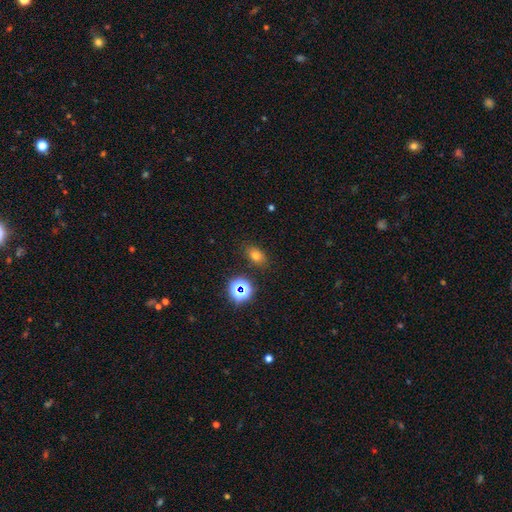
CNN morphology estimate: The model was most divided on "smooth or featured": smooth: 69%, star or artifact: 20%, featured or disk: 11%. More confident: merging — none (84%); how rounded — in between (76%).